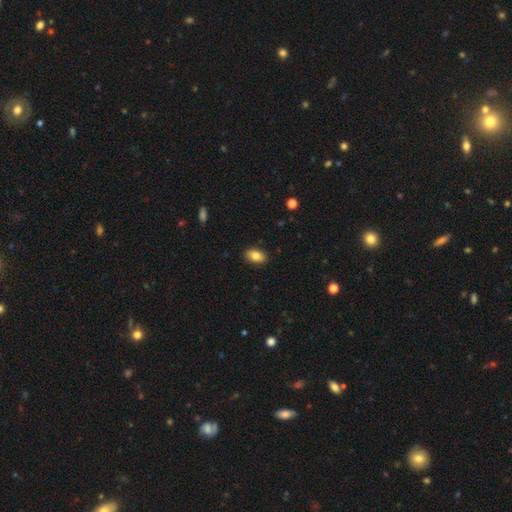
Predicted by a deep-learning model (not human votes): A smooth galaxy with no disk features (83%) that is in between round and cigar-shaped (90%).

Vote fractions:
- Smooth or featured? smooth: 83% / featured or disk: 10% / star or artifact: 8%
- How rounded? in between: 90% / round: 8% / cigar-shaped: 2%
- Merging? none: 88% / minor disturbance: 9% / major disturbance: 2% / merger: 1%